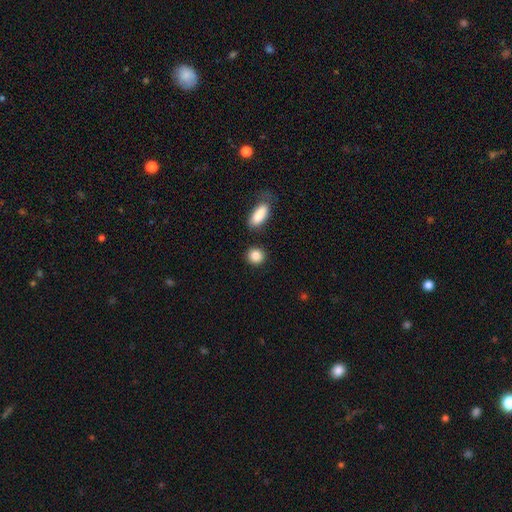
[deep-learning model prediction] Smooth or featured: smooth — 88% (star or artifact — 8%)
How rounded: round — 79% (in between — 19%)
Merging: none — 84% (minor disturbance — 8%)